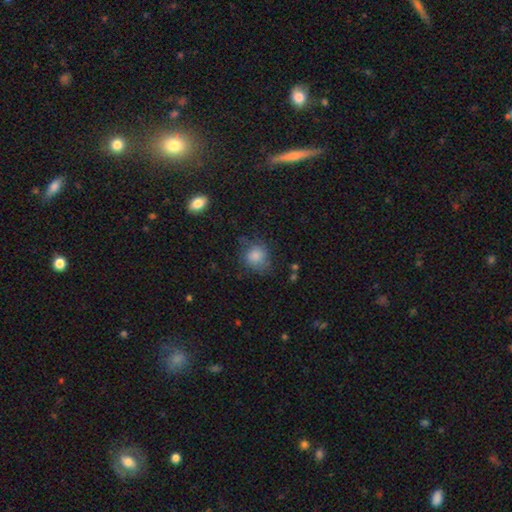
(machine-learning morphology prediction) This appears to be a smooth galaxy with no disk features (77%) that is round (78%). Merging: none (58%).